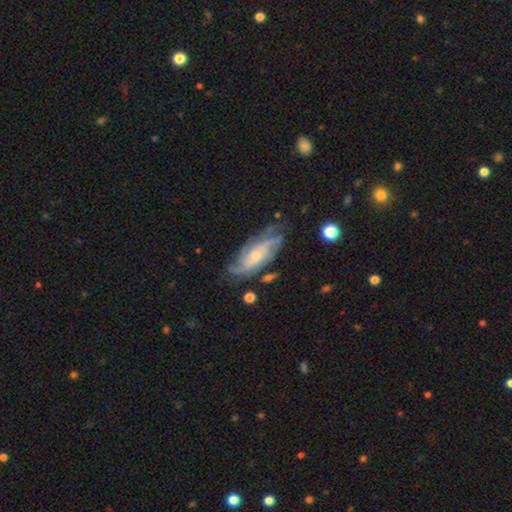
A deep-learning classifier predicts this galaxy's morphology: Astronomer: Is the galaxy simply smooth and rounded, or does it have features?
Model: featured or disk — 79%.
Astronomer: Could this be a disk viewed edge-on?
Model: no — 89%.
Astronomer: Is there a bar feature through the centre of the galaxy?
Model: no — 63%.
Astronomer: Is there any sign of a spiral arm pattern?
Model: yes — 93%.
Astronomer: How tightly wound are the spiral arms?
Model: tight — 44% (runner-up: medium, 40%).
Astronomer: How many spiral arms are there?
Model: can't tell — 30% (runner-up: 2, 25%).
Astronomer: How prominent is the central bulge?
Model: small — 60%.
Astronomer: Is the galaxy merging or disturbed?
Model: none — 67%.